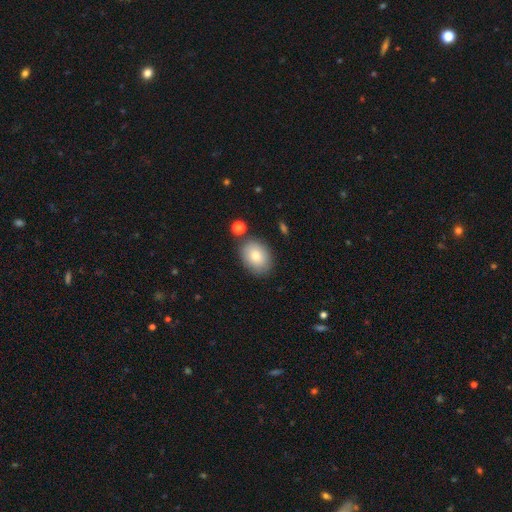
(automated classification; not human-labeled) A smooth galaxy with no disk features (82%) that is in between round and cigar-shaped (75%). Merging: none (80%).